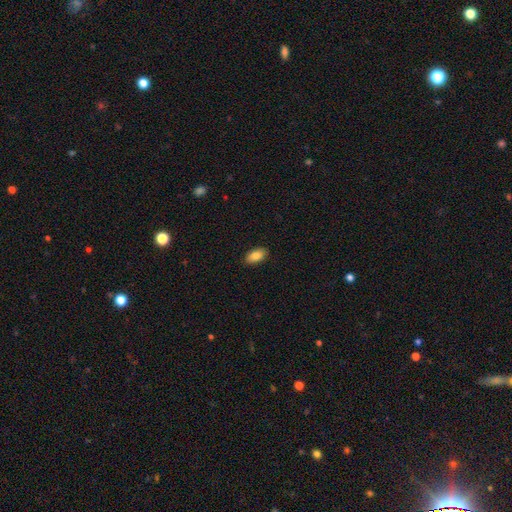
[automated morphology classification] Smooth or featured? smooth (86%)
How rounded? in between (93%)
Merging? none (88%)